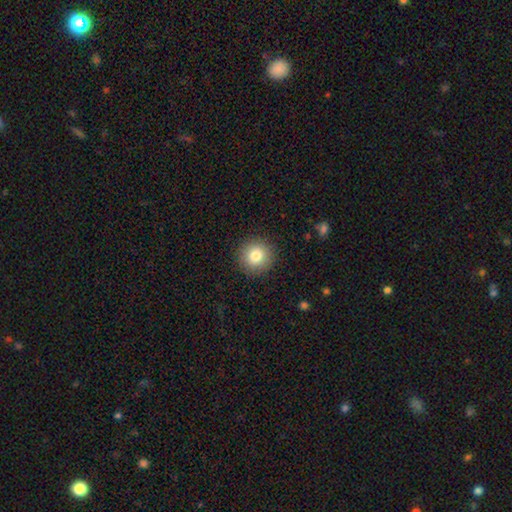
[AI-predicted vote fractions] A smooth galaxy with no disk features (81%) that is round (94%).

Vote fractions:
- Smooth or featured? smooth: 81% / star or artifact: 10% / featured or disk: 9%
- How rounded? round: 94% / in between: 5% / cigar-shaped: 1%
- Merging? none: 91% / minor disturbance: 6% / major disturbance: 2% / merger: 1%